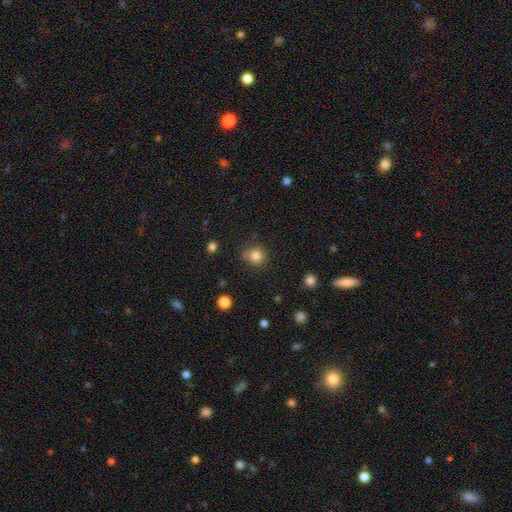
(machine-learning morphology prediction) The model was most divided on "merging": none: 70%, minor disturbance: 21%, major disturbance: 5%, merger: 4%. More confident: how rounded — round (84%); smooth or featured — smooth (81%).